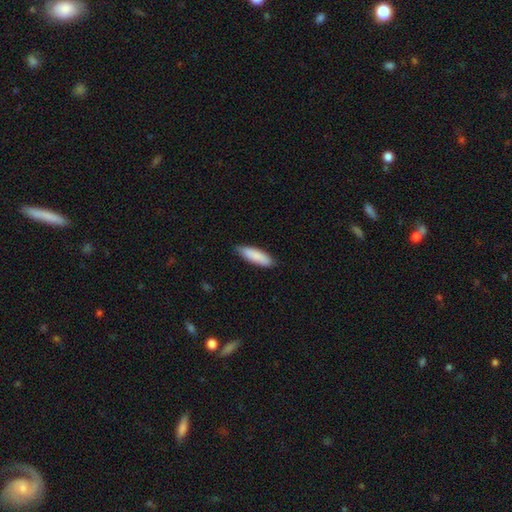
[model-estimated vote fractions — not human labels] Smooth or featured? Predicted: smooth (p=0.88). How rounded? Predicted: cigar-shaped (p=0.50). Merging? Predicted: none (p=0.83).